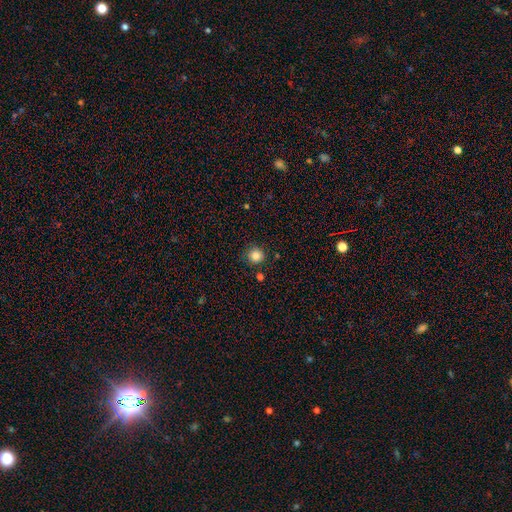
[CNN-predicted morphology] This is clearly a smooth galaxy (85%). How rounded: clearly round (93%). Merging: clearly none (85%).